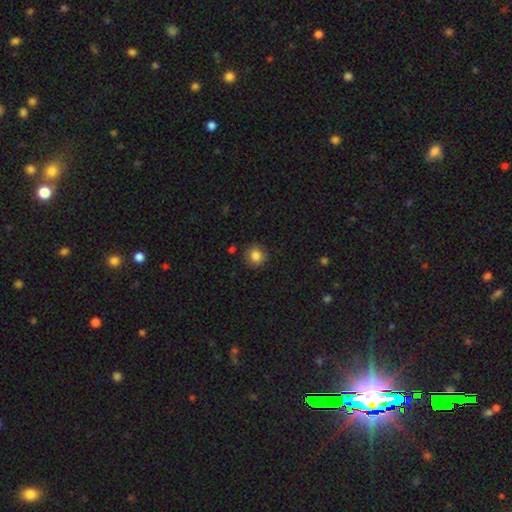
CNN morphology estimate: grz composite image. It shows a smooth galaxy with no disk features (84%) that is round (90%). Merging: none (87%).